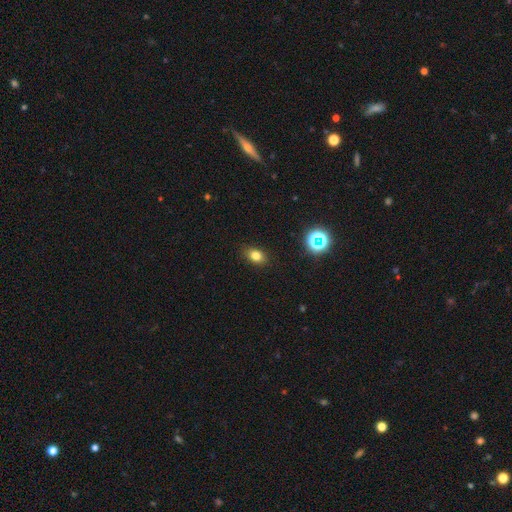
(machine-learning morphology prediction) smooth-or-featured: smooth: 77% | star or artifact: 15% | featured or disk: 8%
  how-rounded: in between: 76% | round: 23% | cigar-shaped: 2%
  merging: none: 88% | minor disturbance: 9% | major disturbance: 2% | merger: 1%